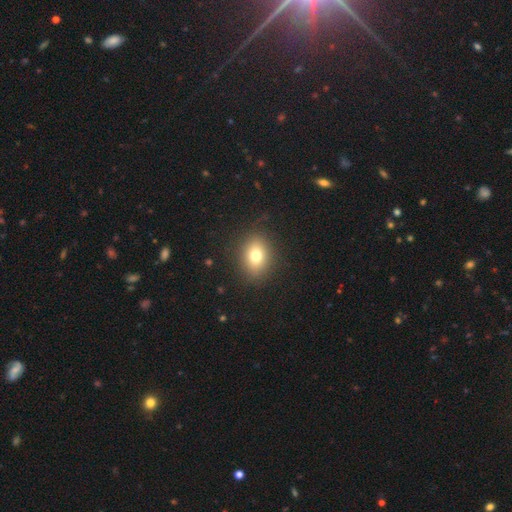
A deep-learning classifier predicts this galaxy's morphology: Q: Smooth or featured?
A: smooth (76%); runner-up: star or artifact (12%)
Q: How rounded?
A: in between (56%); runner-up: round (43%)
Q: Merging?
A: none (87%); runner-up: minor disturbance (9%)